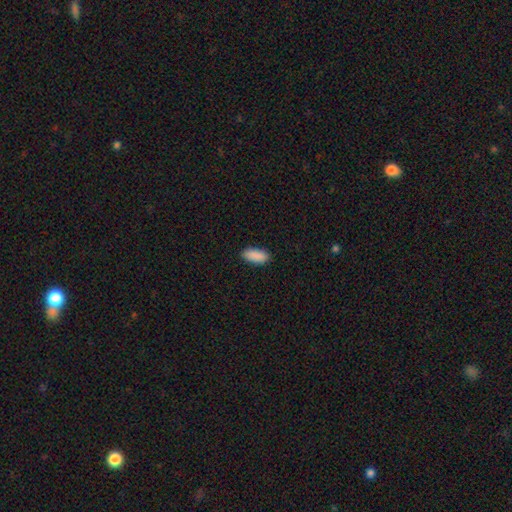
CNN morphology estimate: smooth 91%, star or artifact 6%, featured or disk 3%. Down the decision tree: how rounded — in between (86%); merging — none (89%).